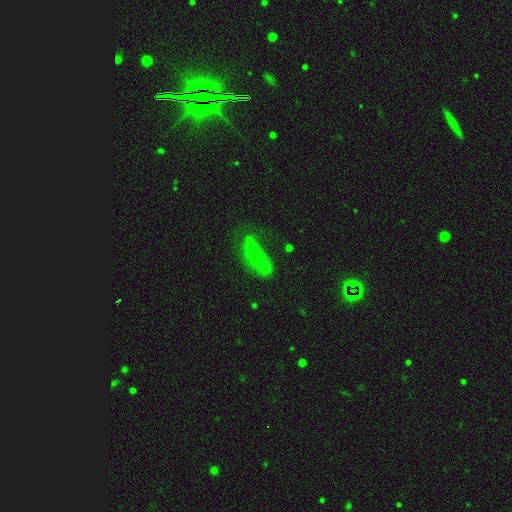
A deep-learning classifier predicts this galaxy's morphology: smooth 45%, featured or disk 41%, star or artifact 14%. Down the decision tree: merging — none (57%).